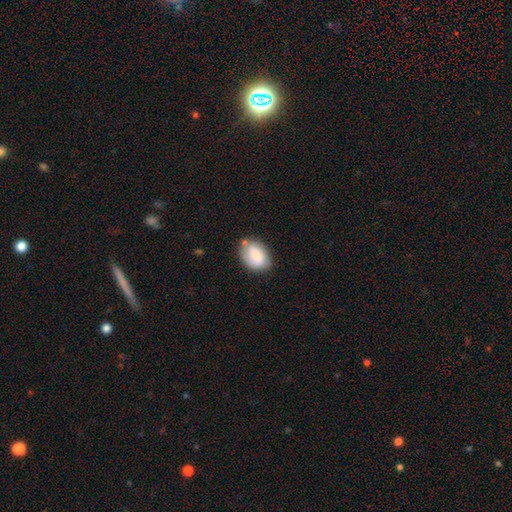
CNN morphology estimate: Smooth or featured? Predicted: smooth (p=0.83). How rounded? Predicted: in between (p=0.80). Merging? Predicted: none (p=0.66).